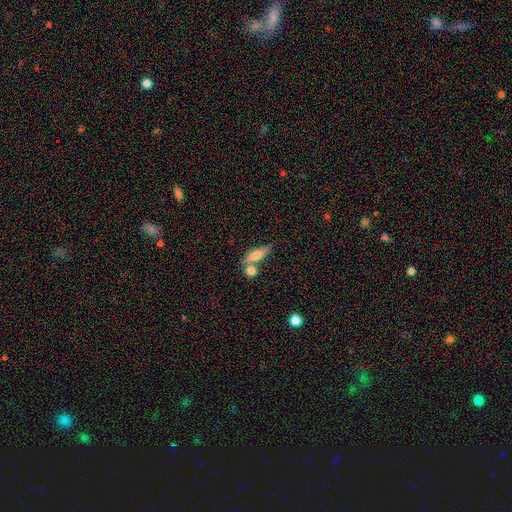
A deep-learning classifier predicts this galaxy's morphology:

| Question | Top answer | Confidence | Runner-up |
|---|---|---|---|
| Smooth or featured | smooth | 60% | featured or disk (31%) |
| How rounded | cigar-shaped | 61% | in between (34%) |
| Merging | none | 55% | merger (28%) |